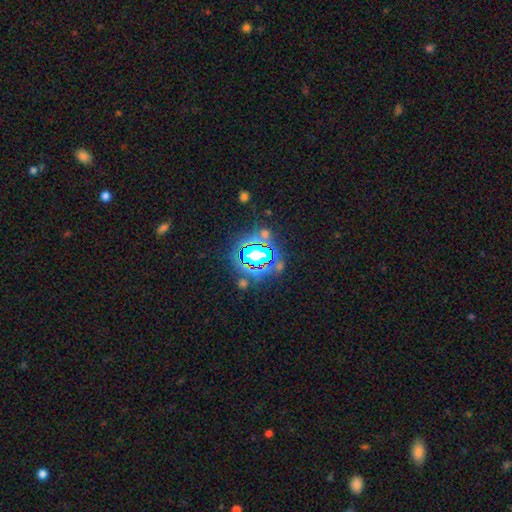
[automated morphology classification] smooth-or-featured: star or artifact: 81% | smooth: 11% | featured or disk: 8%